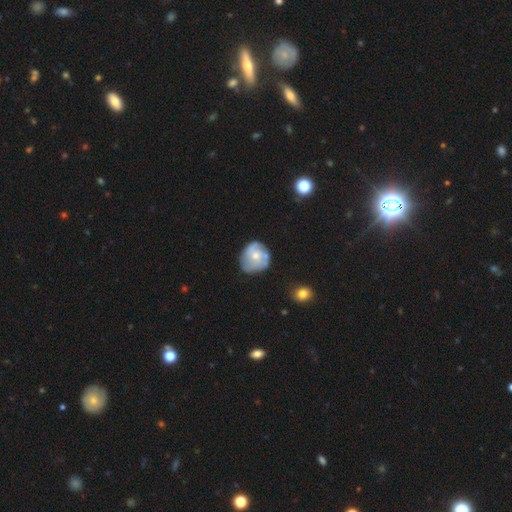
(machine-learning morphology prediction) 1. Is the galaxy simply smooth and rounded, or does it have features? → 54% featured or disk, 39% smooth, 7% star or artifact.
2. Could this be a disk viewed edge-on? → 98% no, 2% yes.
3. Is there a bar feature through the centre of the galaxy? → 81% no, 16% weak, 2% strong.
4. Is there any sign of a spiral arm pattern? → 60% yes, 40% no.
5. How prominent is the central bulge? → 48% small, 47% moderate, 2% none, 2% large, 1% dominant.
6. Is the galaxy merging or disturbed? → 57% none, 27% minor disturbance, 9% major disturbance, 6% merger.